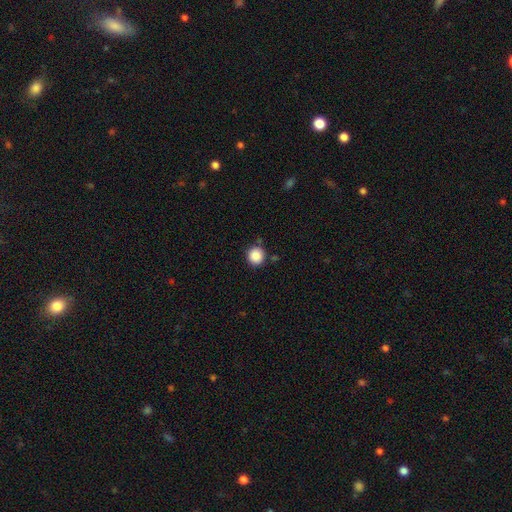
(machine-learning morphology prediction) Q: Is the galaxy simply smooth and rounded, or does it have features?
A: smooth — 88%.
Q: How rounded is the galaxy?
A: round — 93%.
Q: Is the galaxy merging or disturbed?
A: none — 85%.